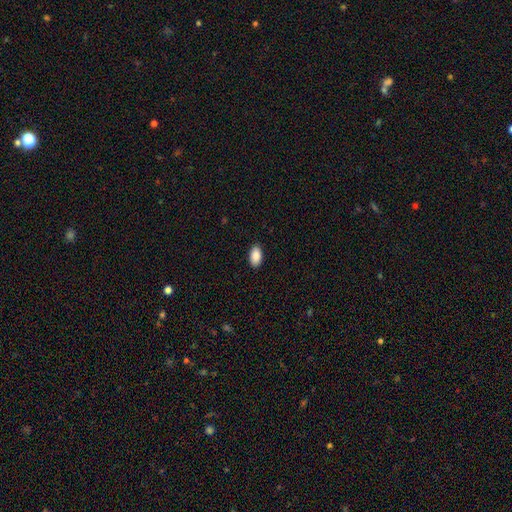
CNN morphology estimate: type=smooth (90%); roundness=in between (94%); merging=none (88%).